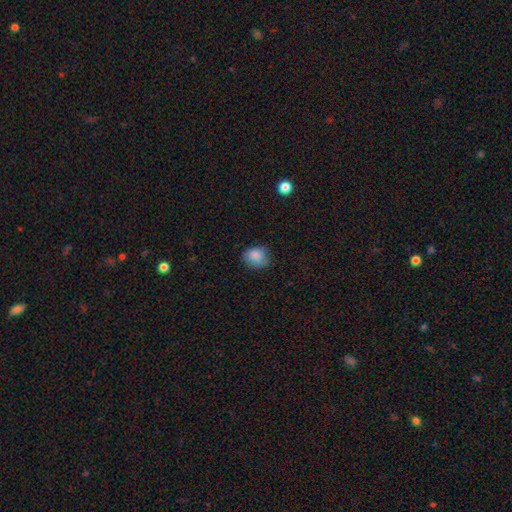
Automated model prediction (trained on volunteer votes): A smooth galaxy with no disk features (85%) that is round (60%).

Vote fractions:
- Smooth or featured? smooth: 85% / star or artifact: 9% / featured or disk: 6%
- How rounded? round: 60% / in between: 39% / cigar-shaped: 1%
- Merging? none: 67% / minor disturbance: 25% / major disturbance: 6% / merger: 1%